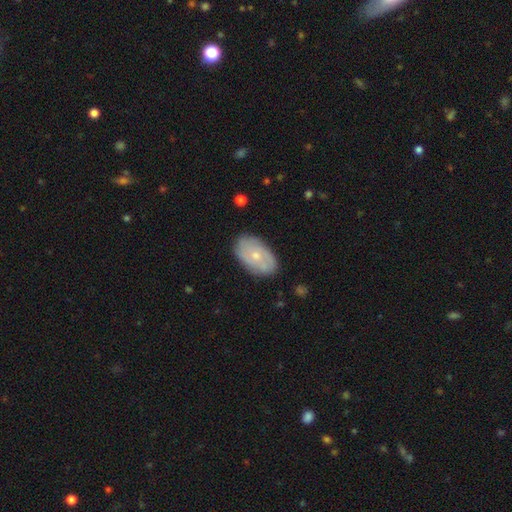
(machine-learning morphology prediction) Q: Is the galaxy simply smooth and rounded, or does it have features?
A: featured or disk — 50%.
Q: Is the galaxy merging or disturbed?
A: none — 80%.